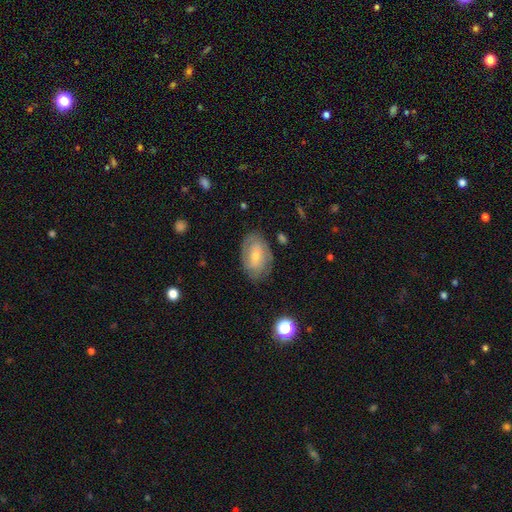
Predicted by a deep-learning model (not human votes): Smooth or featured: featured or disk — 53% (smooth — 38%)
Edge-on disk: no — 93% (yes — 7%)
Merging: none — 76% (minor disturbance — 17%)